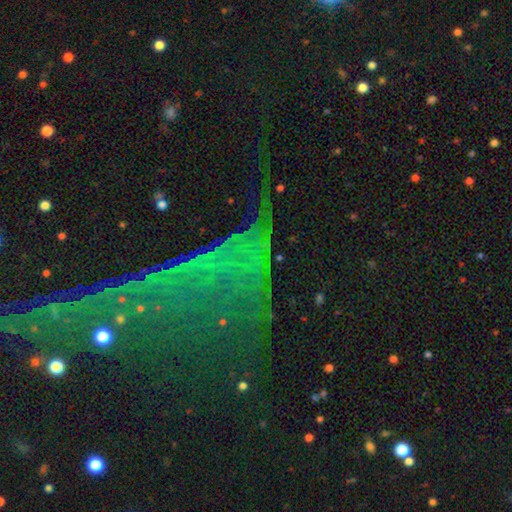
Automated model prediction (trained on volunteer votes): Smooth or featured? Predicted: star or artifact (p=0.69).